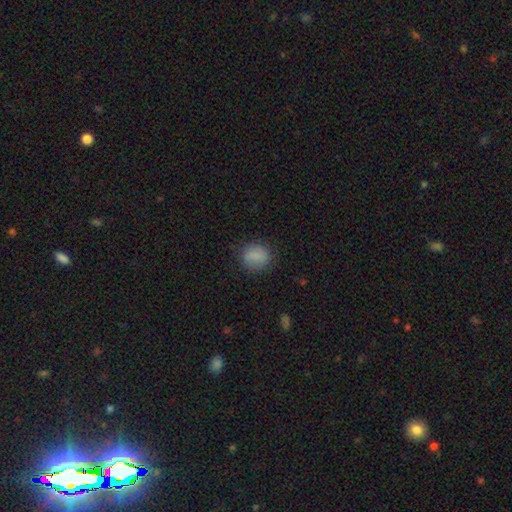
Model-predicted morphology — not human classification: Smooth or featured? smooth (86%)
How rounded? round (74%)
Merging? none (82%)